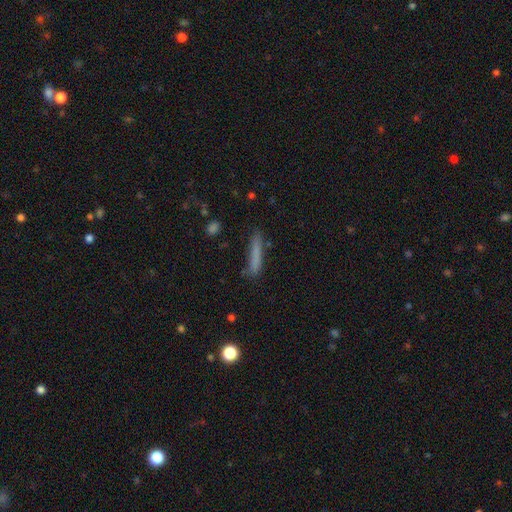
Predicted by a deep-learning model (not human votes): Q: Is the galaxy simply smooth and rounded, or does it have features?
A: smooth — 73%.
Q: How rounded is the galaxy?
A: cigar-shaped — 93%.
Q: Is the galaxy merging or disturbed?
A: none — 79%.